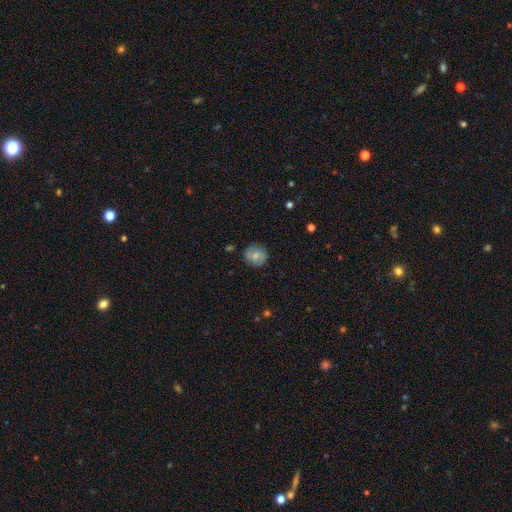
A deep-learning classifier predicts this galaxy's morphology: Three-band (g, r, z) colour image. It shows a smooth galaxy with no disk features (64%) that is round (84%). Merging: none (83%).